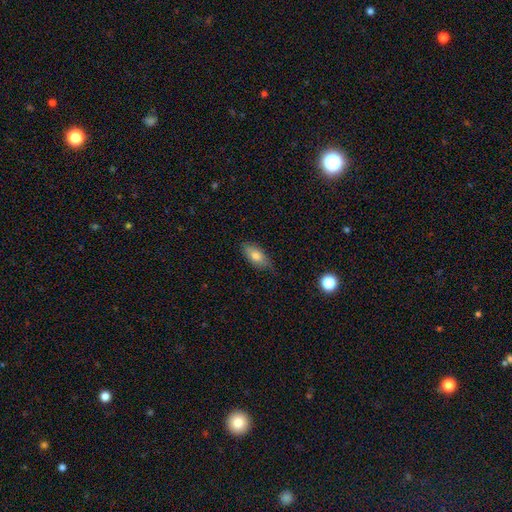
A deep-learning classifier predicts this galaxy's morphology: A smooth galaxy with no disk features (77%) that is in between round and cigar-shaped (88%).

Vote fractions:
- Smooth or featured? smooth: 77% / featured or disk: 16% / star or artifact: 7%
- How rounded? in between: 88% / cigar-shaped: 9% / round: 3%
- Merging? none: 75% / minor disturbance: 21% / major disturbance: 3% / merger: 1%